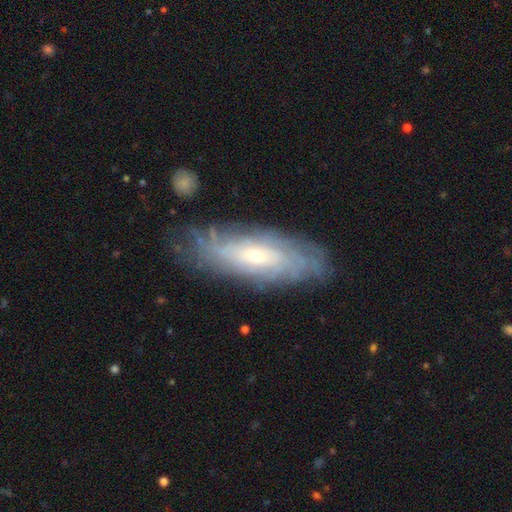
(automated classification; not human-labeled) featured or disk 77%, smooth 17%, star or artifact 7%. Down the decision tree: edge-on disk — no (82%); bar — no (69%); spiral arms — yes (89%); spiral arm count — can't tell (60%); spiral winding — tight (73%); bulge size — small (66%); merging — none (78%).